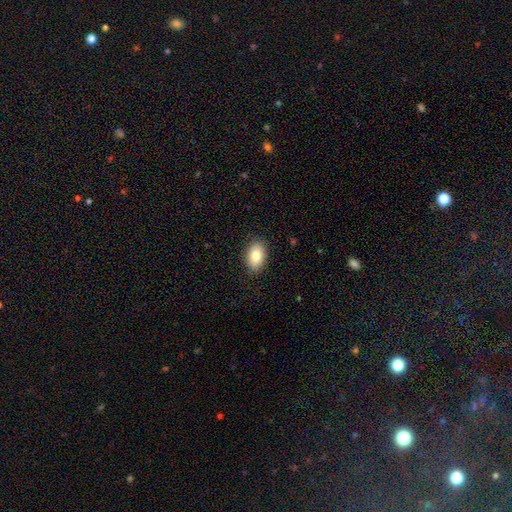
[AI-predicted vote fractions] Morphology: type=smooth (81%); roundness=in between (89%); merging=none (88%).